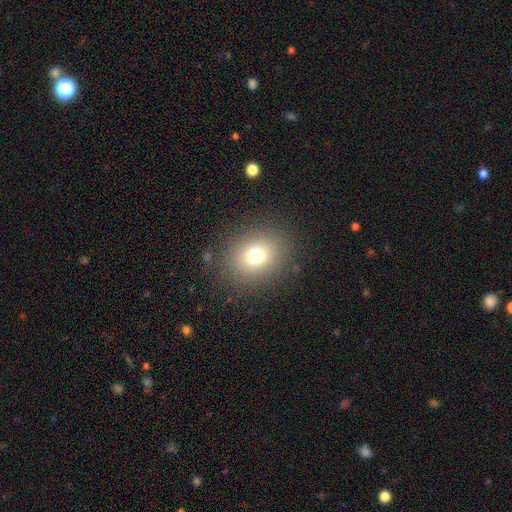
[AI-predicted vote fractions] The model was most divided on "how rounded": round: 64%, in between: 35%, cigar-shaped: 1%. More confident: merging — none (85%); smooth or featured — smooth (73%).